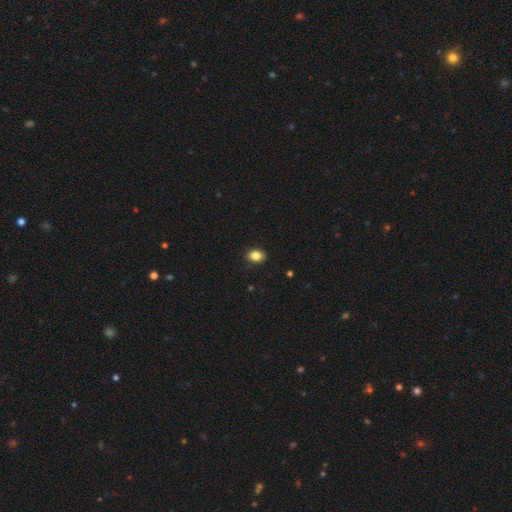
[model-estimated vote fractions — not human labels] Morphology: type=smooth (85%); roundness=in between (63%); merging=none (89%).